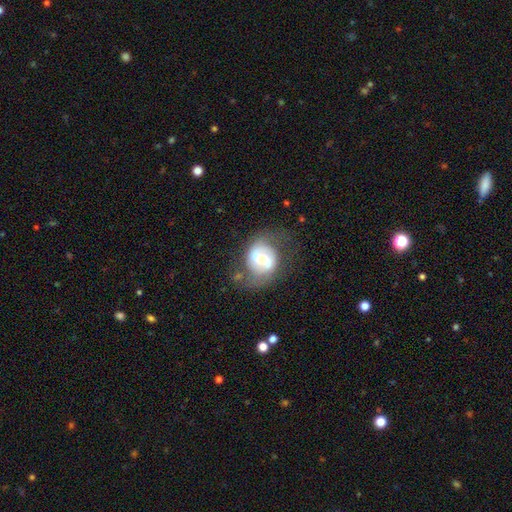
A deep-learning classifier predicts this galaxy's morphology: This appears to be a featured or disk galaxy (70%) with no bar (41%), spiral arms (71%) and a moderate central bulge (58%). Merging: none (57%).